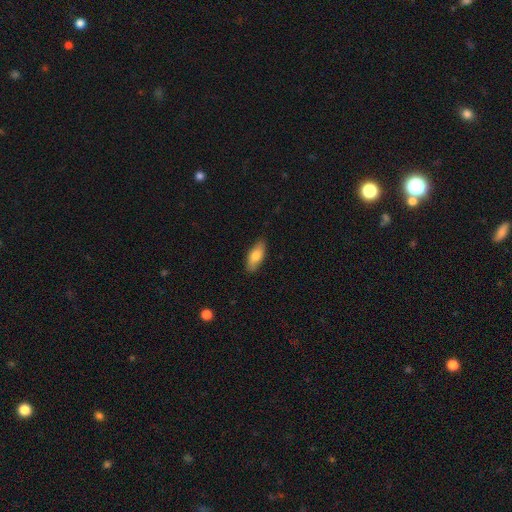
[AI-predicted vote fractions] Q: Smooth or featured?
A: smooth (77%); runner-up: featured or disk (17%)
Q: How rounded?
A: in between (82%); runner-up: cigar-shaped (16%)
Q: Merging?
A: none (86%); runner-up: minor disturbance (11%)